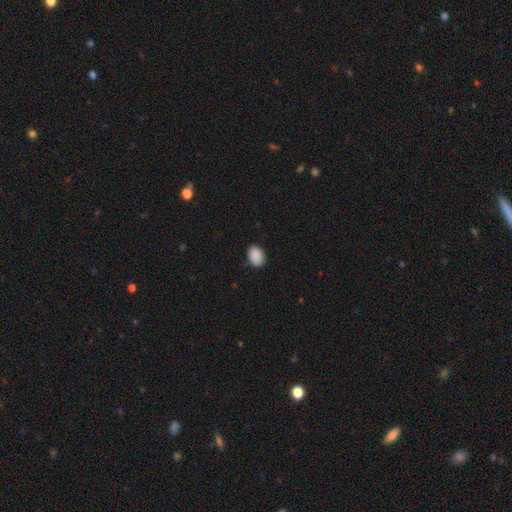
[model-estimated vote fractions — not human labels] Morphology: type=smooth (90%); roundness=in between (80%); merging=none (86%).